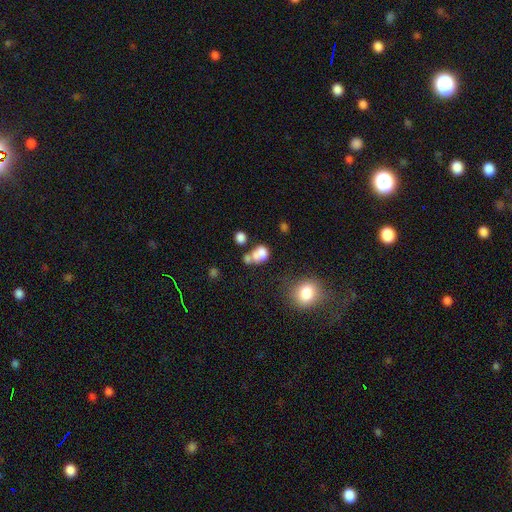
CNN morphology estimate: smooth 69%, featured or disk 18%, star or artifact 12%. Down the decision tree: how rounded — round (50%); merging — merger (48%).